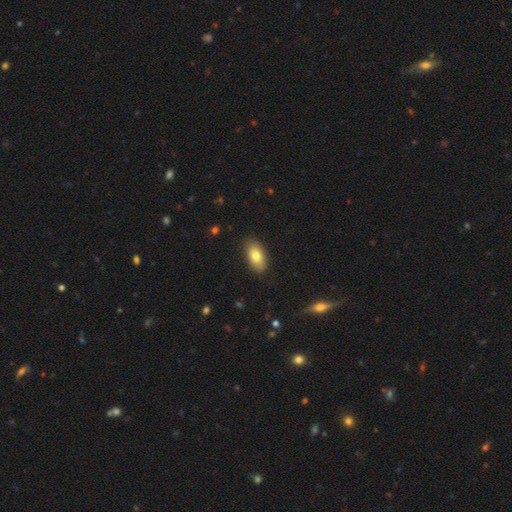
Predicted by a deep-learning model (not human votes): Morphology: type=smooth (79%); roundness=in between (92%); merging=none (85%).